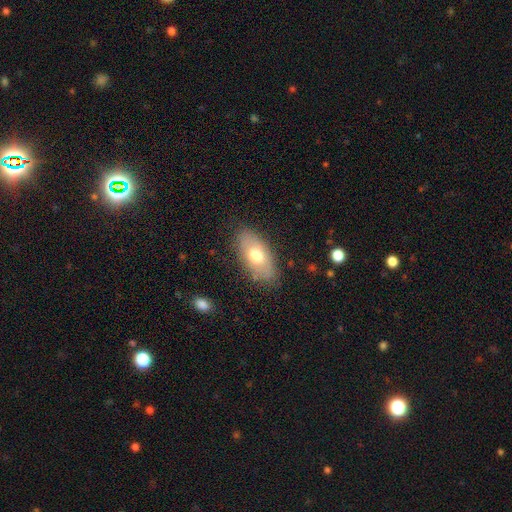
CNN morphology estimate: type=smooth (66%); roundness=in between (90%); merging=none (80%).